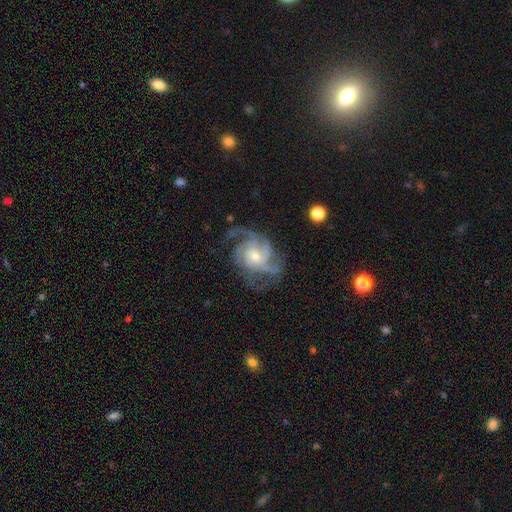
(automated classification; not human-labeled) Smooth or featured?
  - featured or disk: 91% *
  - star or artifact: 5%
  - smooth: 4%
Edge-on disk?
  - no: 98% *
  - yes: 2%
Bar?
  - no: 66% *
  - weak: 28%
  - strong: 6%
Spiral arms?
  - yes: 98% *
  - no: 2%
Spiral winding?
  - tight: 48% *
  - medium: 43%
  - loose: 9%
Spiral arm count?
  - 3: 38% *
  - 4: 28%
  - can't tell: 11%
  - 2: 10%
  - more than 4: 7%
  - 1: 6%
Bulge size?
  - moderate: 54% *
  - small: 39%
  - large: 4%
  - none: 2%
  - dominant: 1%
Merging?
  - none: 70% *
  - minor disturbance: 17%
  - major disturbance: 12%
  - merger: 1%